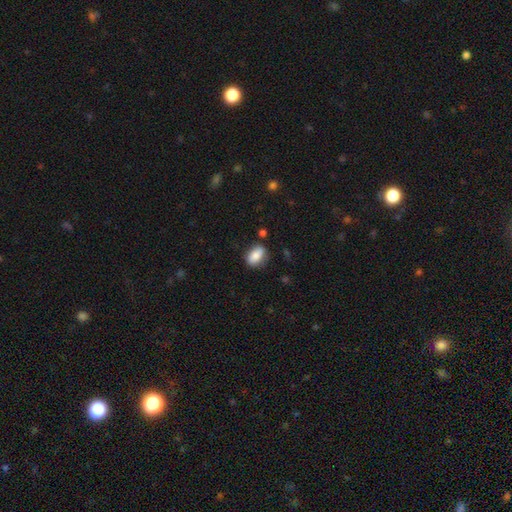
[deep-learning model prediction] Overall: smooth (82%). How rounded: in between (84%). Merging: none (76%).